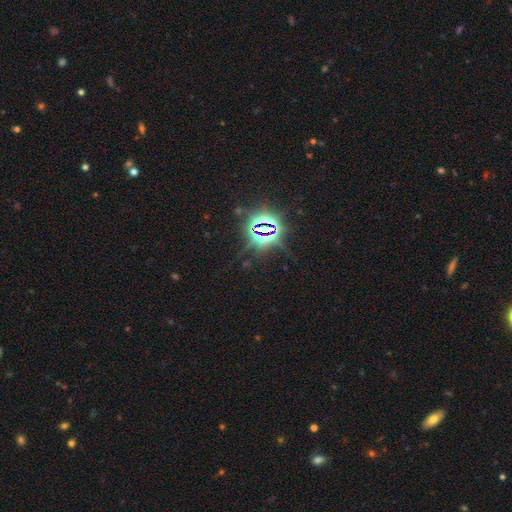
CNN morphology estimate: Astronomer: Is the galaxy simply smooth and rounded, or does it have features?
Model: star or artifact — 82%.